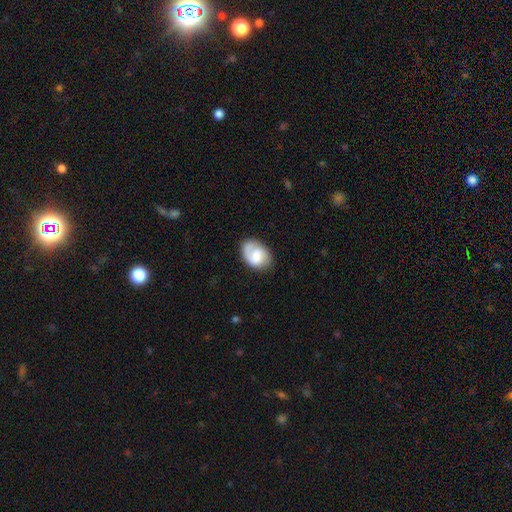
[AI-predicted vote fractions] Q: Smooth or featured?
A: smooth (52%); runner-up: featured or disk (41%)
Q: How rounded?
A: in between (75%); runner-up: round (24%)
Q: Merging?
A: none (68%); runner-up: minor disturbance (22%)